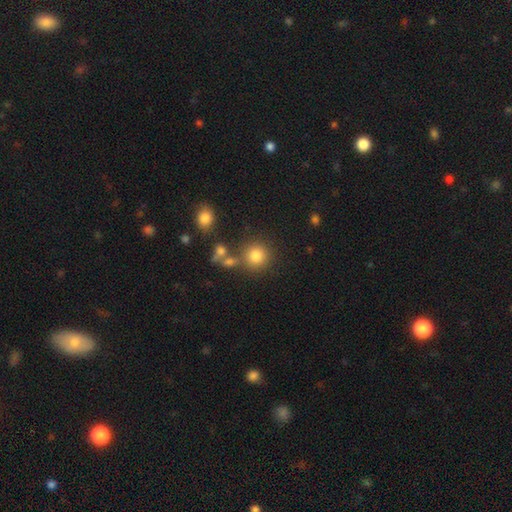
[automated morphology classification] Smooth or featured? Predicted: smooth (p=0.80). How rounded? Predicted: round (p=0.91). Merging? Predicted: none (p=0.73).